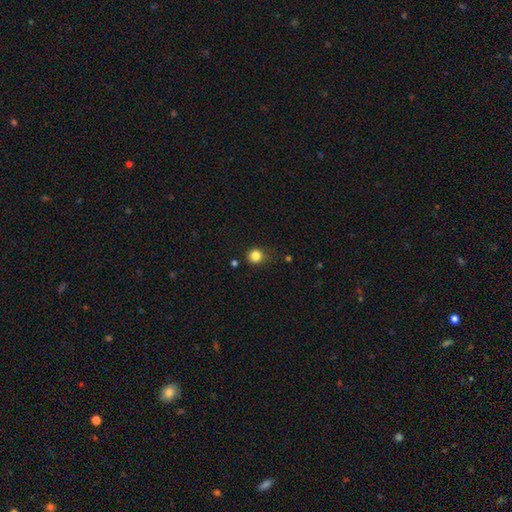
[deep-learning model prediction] Q: Smooth or featured?
A: smooth (84%); runner-up: star or artifact (12%)
Q: How rounded?
A: round (86%); runner-up: in between (13%)
Q: Merging?
A: none (74%); runner-up: minor disturbance (19%)